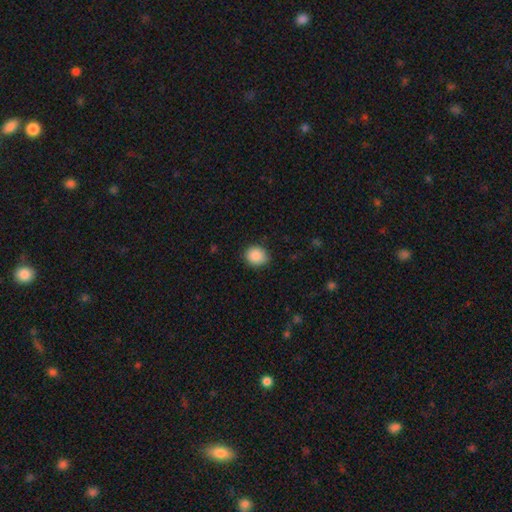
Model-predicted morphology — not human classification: A smooth galaxy with no disk features (89%) that is round (72%). Merging: none (85%).